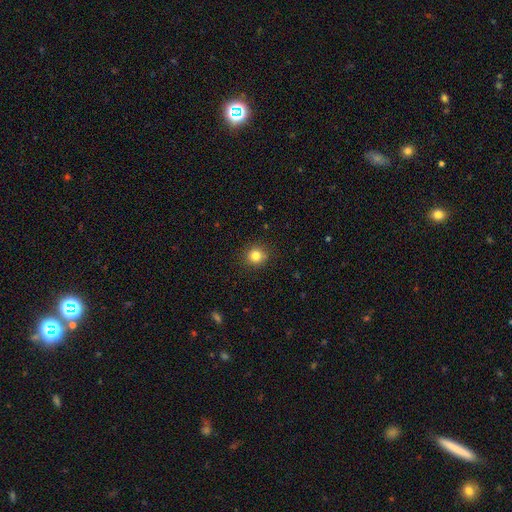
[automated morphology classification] Smooth or featured? smooth (82%)
How rounded? round (90%)
Merging? none (88%)